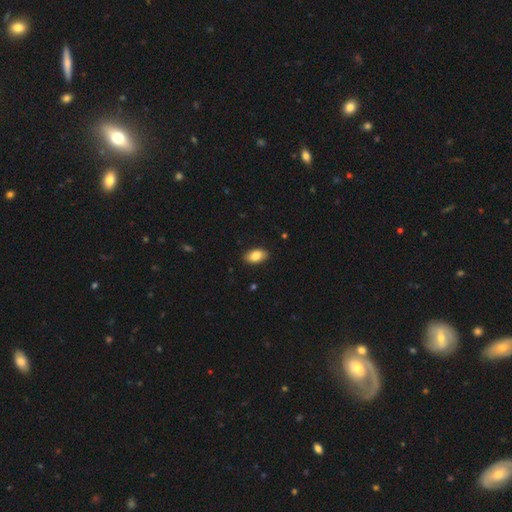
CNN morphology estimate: Smooth or featured?
  - smooth: 85% *
  - featured or disk: 8%
  - star or artifact: 7%
How rounded?
  - in between: 93% *
  - round: 5%
  - cigar-shaped: 2%
Merging?
  - none: 88% *
  - minor disturbance: 9%
  - major disturbance: 2%
  - merger: 1%